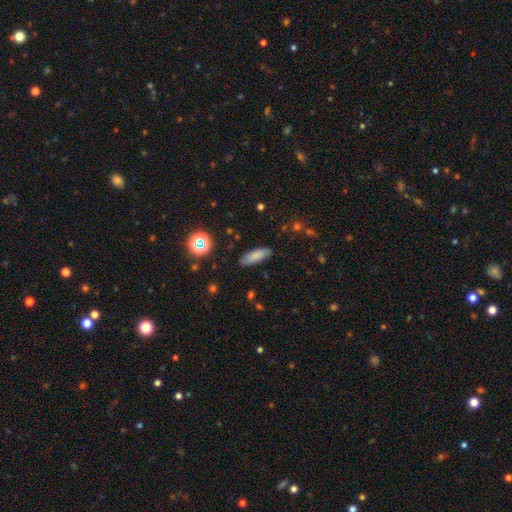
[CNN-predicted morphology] This is clearly a smooth galaxy (82%). How rounded: likely in between (61%). Merging: clearly none (86%).